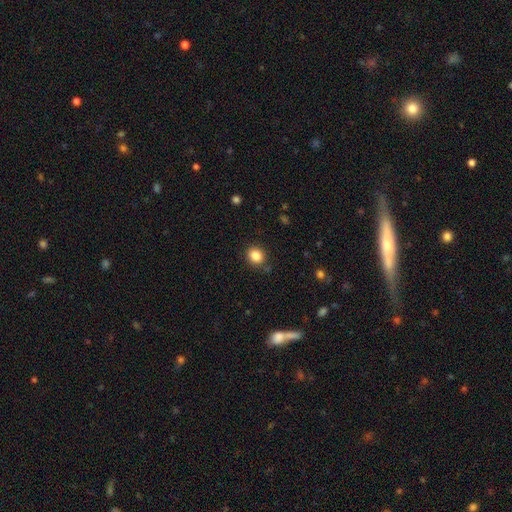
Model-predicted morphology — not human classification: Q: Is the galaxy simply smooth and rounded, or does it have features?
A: smooth — 85%.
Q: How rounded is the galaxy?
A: round — 76%.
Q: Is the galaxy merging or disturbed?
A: none — 84%.